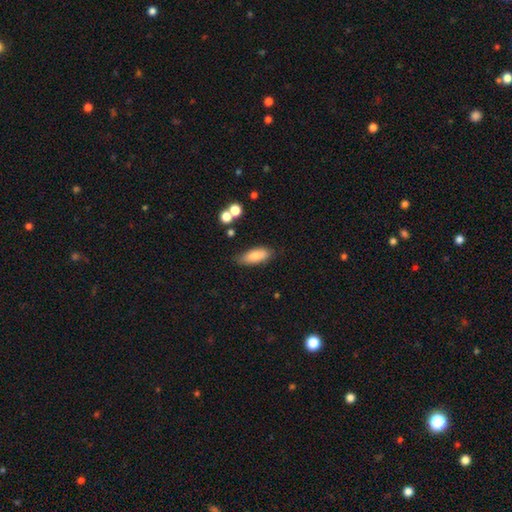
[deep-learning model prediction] The model was most divided on "how rounded": in between: 71%, cigar-shaped: 27%, round: 2%. More confident: smooth or featured — smooth (81%); merging — none (73%).